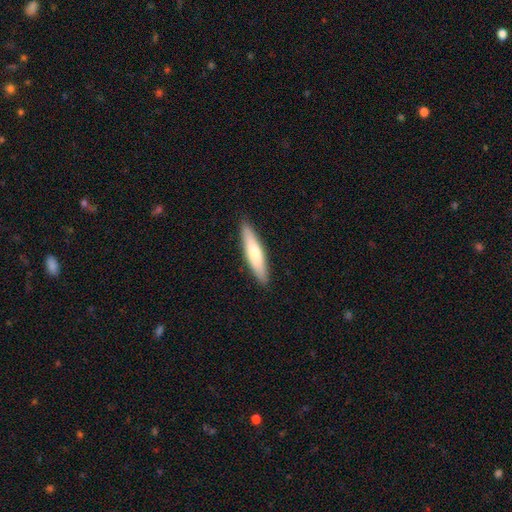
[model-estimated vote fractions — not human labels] This appears to be a smooth galaxy with no disk features (67%) that is cigar-shaped (82%). Merging: none (90%).